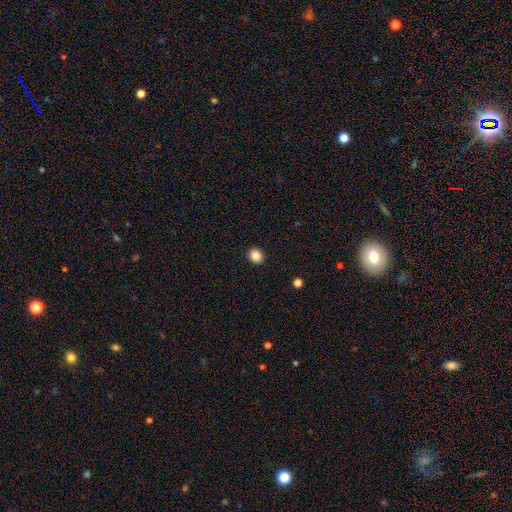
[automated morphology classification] A smooth galaxy with no disk features (85%) that is round (75%).

Vote fractions:
- Smooth or featured? smooth: 85% / star or artifact: 10% / featured or disk: 4%
- How rounded? round: 75% / in between: 24% / cigar-shaped: 1%
- Merging? none: 92% / minor disturbance: 5% / major disturbance: 2% / merger: 1%